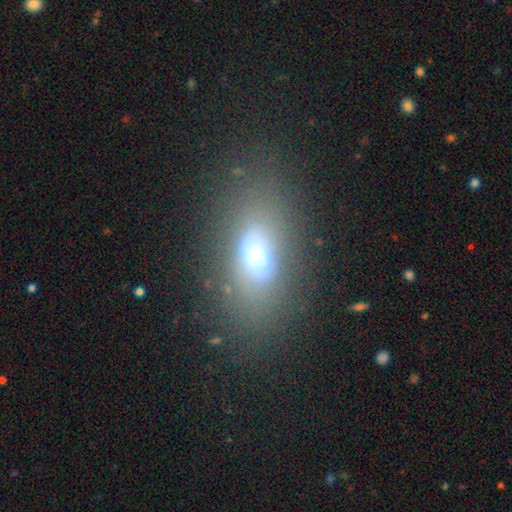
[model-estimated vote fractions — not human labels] A smooth galaxy with no disk features (63%) that is in between round and cigar-shaped (82%).

Vote fractions:
- Smooth or featured? smooth: 63% / featured or disk: 24% / star or artifact: 14%
- How rounded? in between: 82% / cigar-shaped: 11% / round: 7%
- Merging? none: 78% / minor disturbance: 14% / major disturbance: 6% / merger: 2%